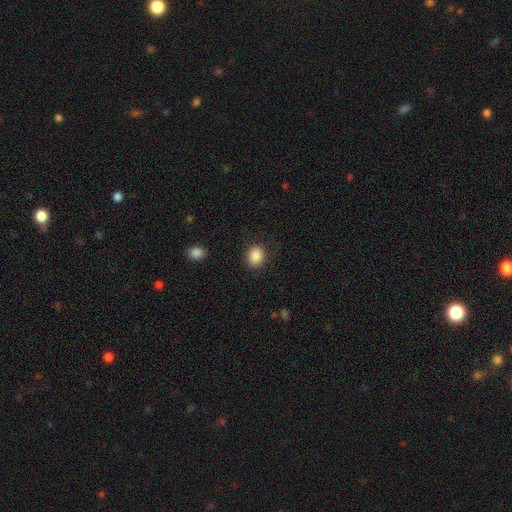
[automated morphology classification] This is clearly a smooth galaxy (87%). How rounded: likely round (66%). Merging: clearly none (87%).